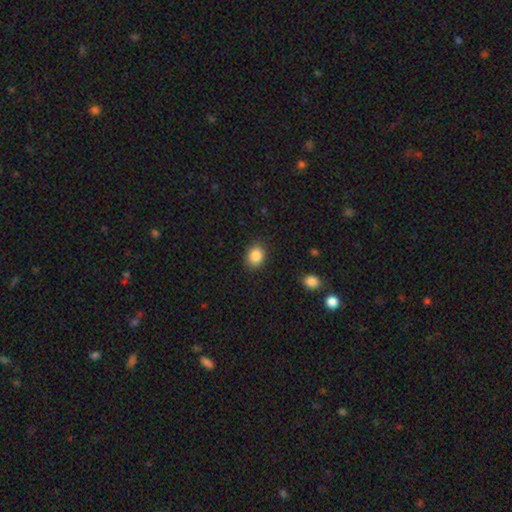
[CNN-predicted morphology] smooth_or_featured: smooth (p=0.87) [alt: star or artifact p=0.09]
how_rounded: in between (p=0.52) [alt: round p=0.47]
merging: none (p=0.87) [alt: minor disturbance p=0.10]